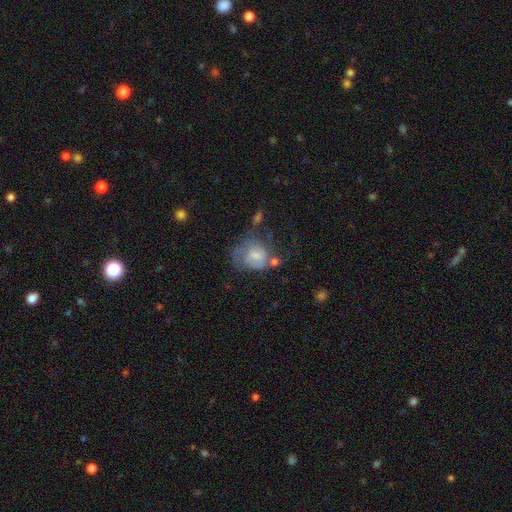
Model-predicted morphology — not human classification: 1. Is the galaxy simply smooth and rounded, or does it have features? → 57% smooth, 34% featured or disk, 9% star or artifact.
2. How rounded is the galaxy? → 58% round, 41% in between, 1% cigar-shaped.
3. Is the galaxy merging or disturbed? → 30% major disturbance, 29% none, 24% minor disturbance, 16% merger.